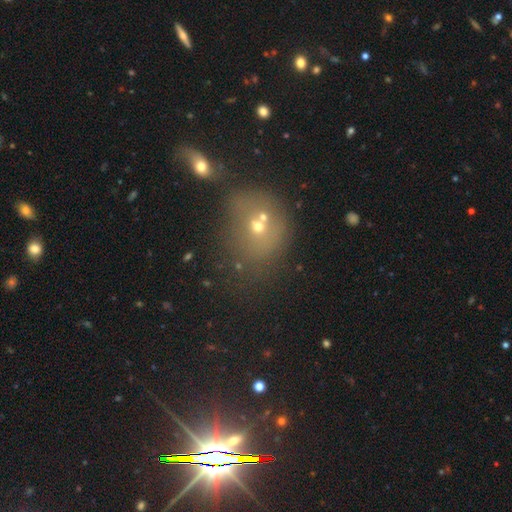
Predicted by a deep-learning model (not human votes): Morphology: type=star or artifact (43%).